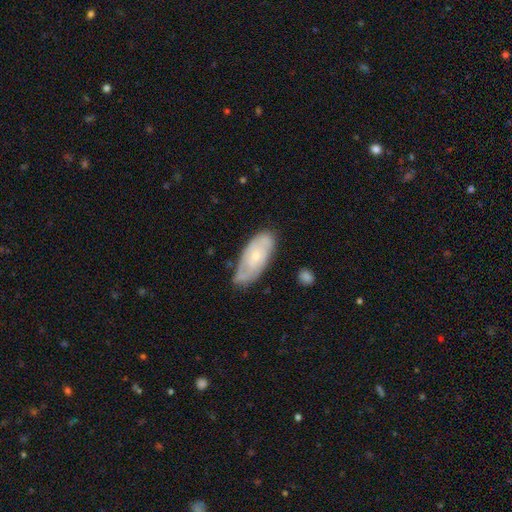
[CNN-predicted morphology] Overall: featured or disk (58%; smooth 36%). Edge-on disk: no (90%). Bar: no (76%). Spiral arms: yes (79%). Bulge size: small (65%; moderate 30%). Merging: none (67%).